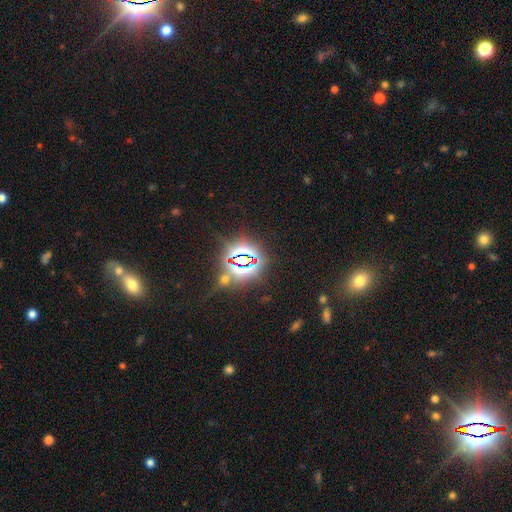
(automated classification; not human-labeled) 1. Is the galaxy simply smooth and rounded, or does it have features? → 81% star or artifact, 10% smooth, 9% featured or disk.